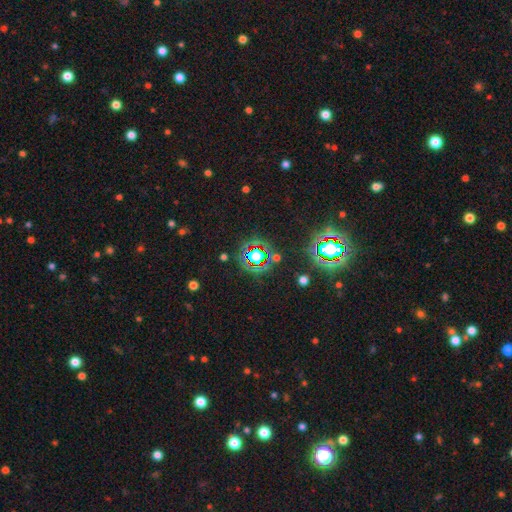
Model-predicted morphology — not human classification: The model was most divided on "smooth or featured": star or artifact: 67%, smooth: 23%, featured or disk: 10%.